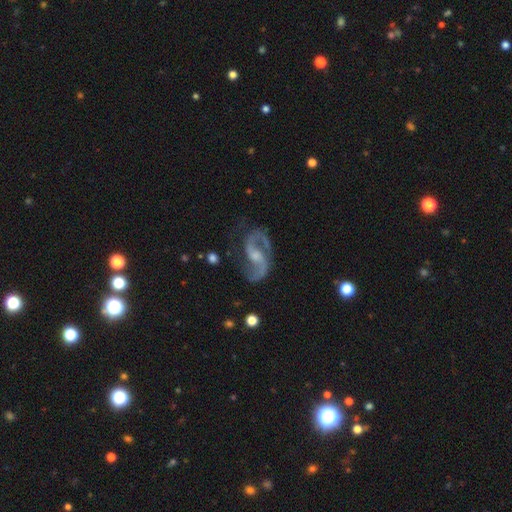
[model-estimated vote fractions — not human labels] This appears to be a featured or disk galaxy (92%) with a weak bar (49%), 2 (94%) medium (54%) spiral arms (98%) and a small central bulge (48%). Merging: none (75%).